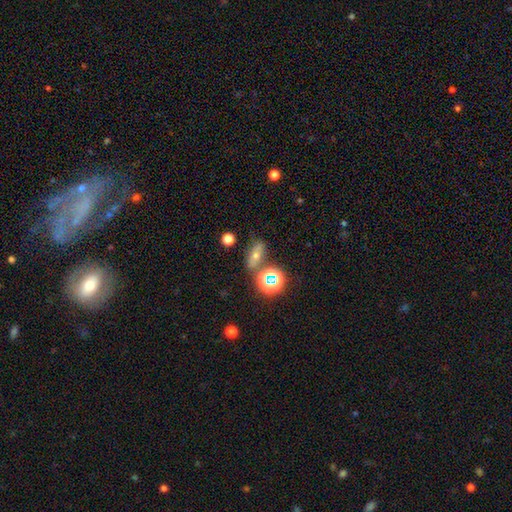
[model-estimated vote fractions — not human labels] Smooth or featured? star or artifact (37%)